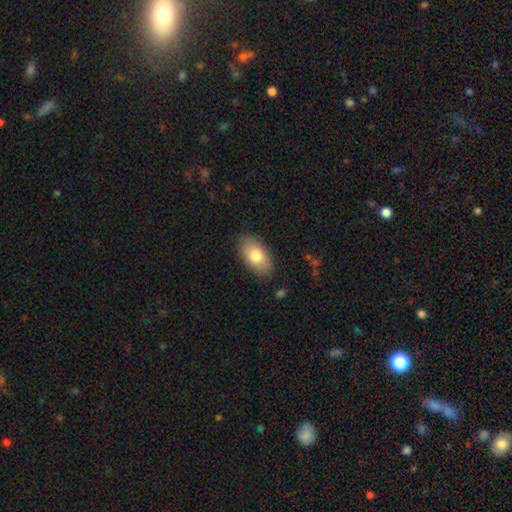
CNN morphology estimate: smooth 79%, featured or disk 14%, star or artifact 7%. Down the decision tree: how rounded — in between (94%); merging — none (85%).